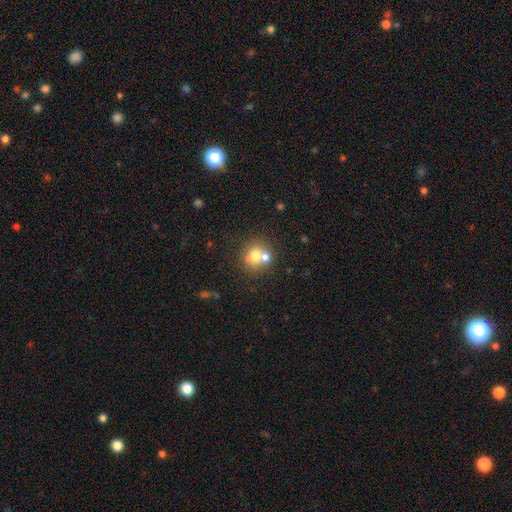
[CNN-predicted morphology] Smooth or featured? smooth (68%)
How rounded? round (81%)
Merging? none (45%)